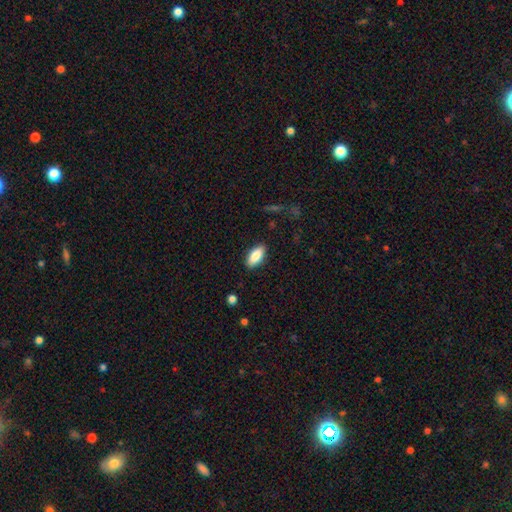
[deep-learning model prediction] Smooth or featured?
  - smooth: 85% *
  - featured or disk: 9%
  - star or artifact: 6%
How rounded?
  - in between: 86% *
  - cigar-shaped: 11%
  - round: 2%
Merging?
  - none: 88% *
  - minor disturbance: 9%
  - major disturbance: 2%
  - merger: 1%